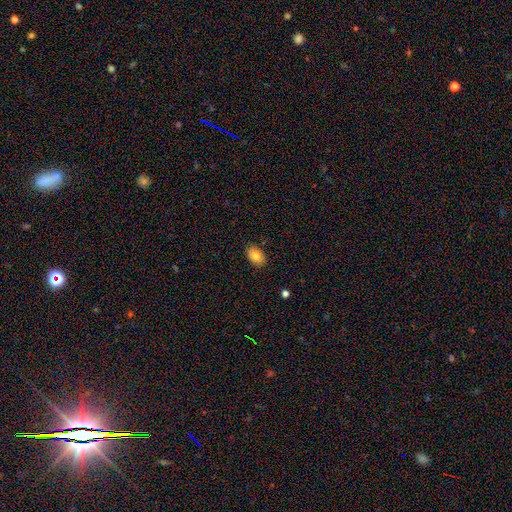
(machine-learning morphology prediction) Smooth or featured?
  - smooth: 82% *
  - featured or disk: 11%
  - star or artifact: 8%
How rounded?
  - in between: 83% *
  - round: 15%
  - cigar-shaped: 1%
Merging?
  - none: 87% *
  - minor disturbance: 10%
  - major disturbance: 2%
  - merger: 1%